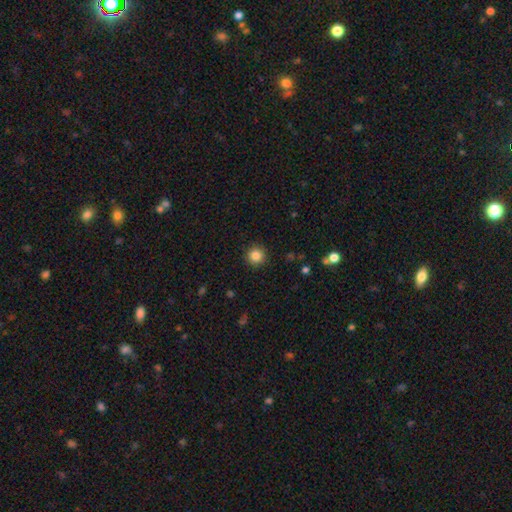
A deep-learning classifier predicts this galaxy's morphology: Smooth or featured?
  - smooth: 84% *
  - star or artifact: 11%
  - featured or disk: 5%
How rounded?
  - round: 96% *
  - in between: 3%
  - cigar-shaped: 1%
Merging?
  - none: 92% *
  - minor disturbance: 5%
  - major disturbance: 2%
  - merger: 1%